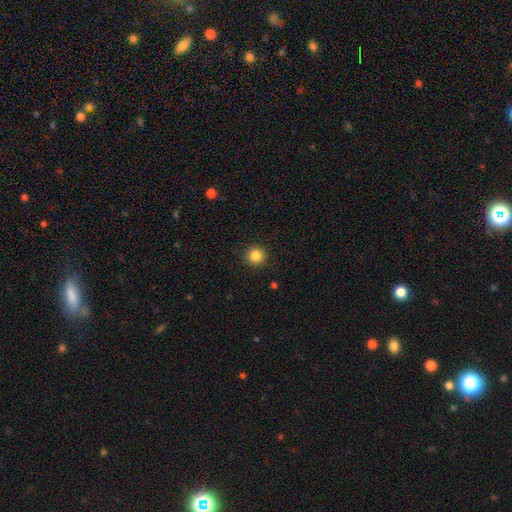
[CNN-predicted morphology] smooth-or-featured: smooth: 85% | star or artifact: 11% | featured or disk: 4%
  how-rounded: round: 94% | in between: 5% | cigar-shaped: 1%
  merging: none: 93% | minor disturbance: 5% | major disturbance: 2% | merger: 1%